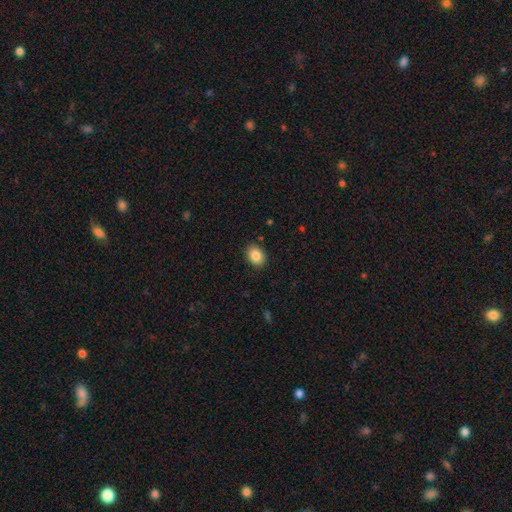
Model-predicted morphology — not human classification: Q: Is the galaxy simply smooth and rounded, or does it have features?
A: smooth — 86%.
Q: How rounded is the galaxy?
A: in between — 66%.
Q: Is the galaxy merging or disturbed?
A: none — 89%.